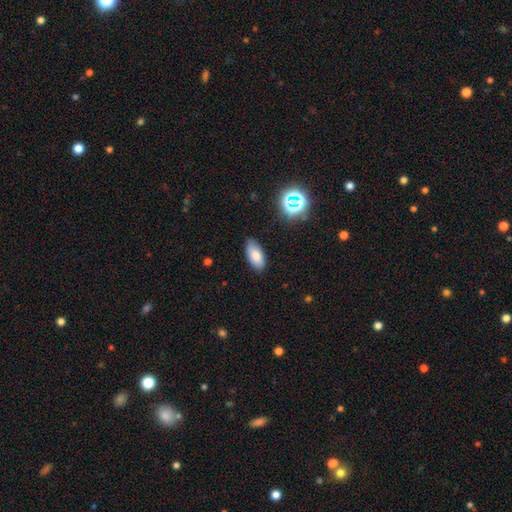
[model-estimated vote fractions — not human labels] Smooth or featured?
  - smooth: 79% *
  - featured or disk: 11%
  - star or artifact: 10%
How rounded?
  - in between: 91% *
  - cigar-shaped: 6%
  - round: 3%
Merging?
  - none: 83% *
  - minor disturbance: 13%
  - major disturbance: 3%
  - merger: 1%